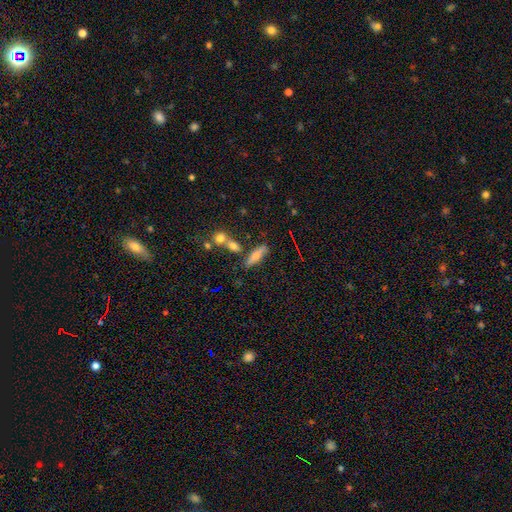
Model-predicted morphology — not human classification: A smooth galaxy with no disk features (64%) that is cigar-shaped (53%). Merging: none (62%).